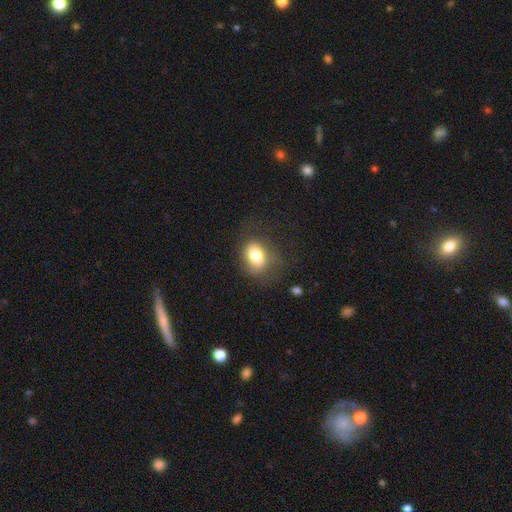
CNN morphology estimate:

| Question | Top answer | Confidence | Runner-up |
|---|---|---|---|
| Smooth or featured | smooth | 77% | featured or disk (13%) |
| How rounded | in between | 63% | round (35%) |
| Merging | none | 62% | minor disturbance (22%) |